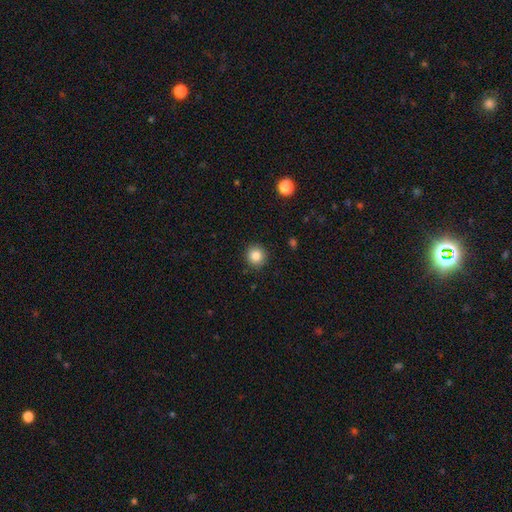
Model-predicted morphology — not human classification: type=smooth (84%); roundness=round (94%); merging=none (90%).